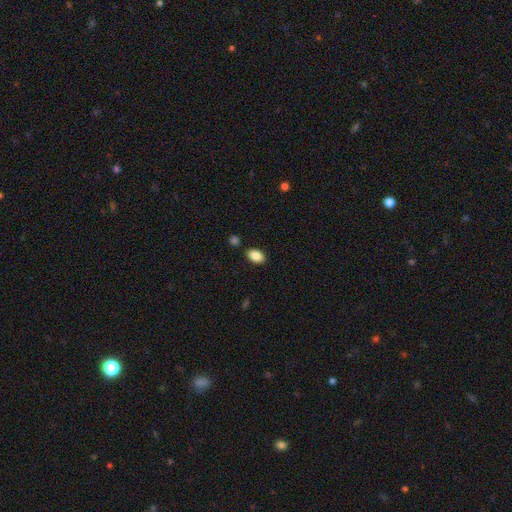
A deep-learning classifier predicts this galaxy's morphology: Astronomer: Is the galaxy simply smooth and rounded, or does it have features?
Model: smooth — 86%.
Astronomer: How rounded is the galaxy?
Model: in between — 90%.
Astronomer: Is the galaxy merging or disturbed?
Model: none — 85%.